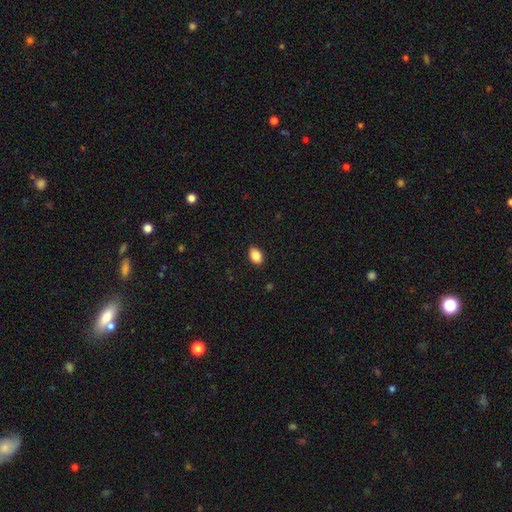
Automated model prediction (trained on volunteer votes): The model was most divided on "how rounded": in between: 87%, round: 12%, cigar-shaped: 1%. More confident: merging — none (89%); smooth or featured — smooth (86%).